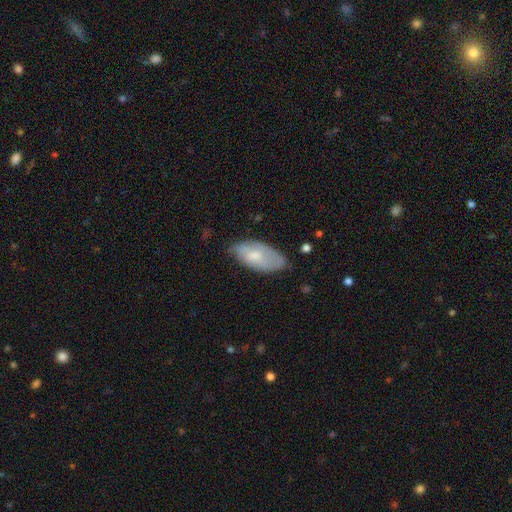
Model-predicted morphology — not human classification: Smooth or featured: smooth — 59% (featured or disk — 35%)
How rounded: in between — 92% (cigar-shaped — 6%)
Merging: none — 57% (minor disturbance — 34%)